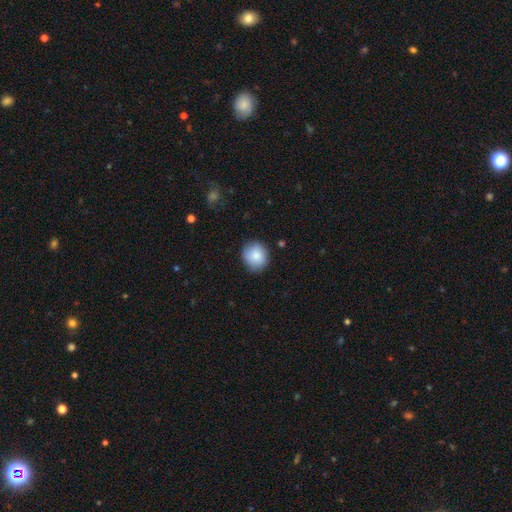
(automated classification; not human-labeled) A smooth galaxy with no disk features (85%) that is round (86%).

Vote fractions:
- Smooth or featured? smooth: 85% / star or artifact: 7% / featured or disk: 7%
- How rounded? round: 86% / in between: 13% / cigar-shaped: 1%
- Merging? none: 87% / minor disturbance: 10% / major disturbance: 2% / merger: 1%